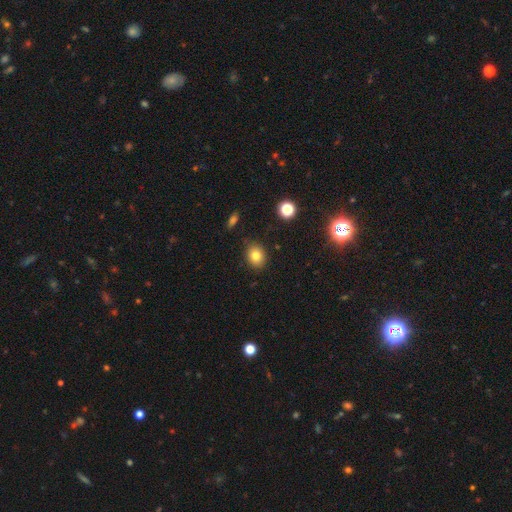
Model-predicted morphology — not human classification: Smooth or featured?
  - smooth: 80% *
  - star or artifact: 11%
  - featured or disk: 8%
How rounded?
  - in between: 52% *
  - round: 47%
  - cigar-shaped: 1%
Merging?
  - none: 84% *
  - minor disturbance: 11%
  - major disturbance: 2%
  - merger: 2%